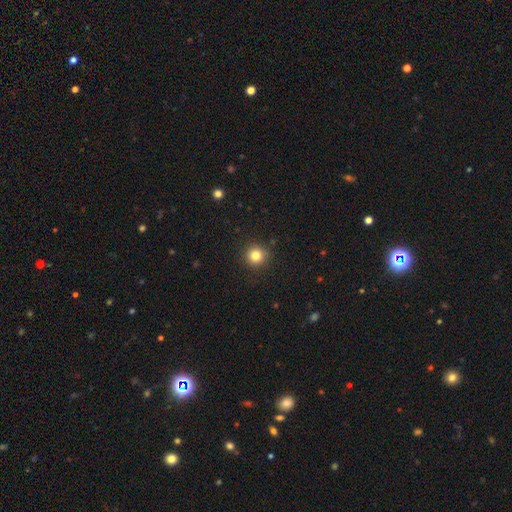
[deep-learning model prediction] smooth_or_featured: smooth (p=0.82) [alt: star or artifact p=0.12]
how_rounded: round (p=0.94) [alt: in between p=0.05]
merging: none (p=0.91) [alt: minor disturbance p=0.06]